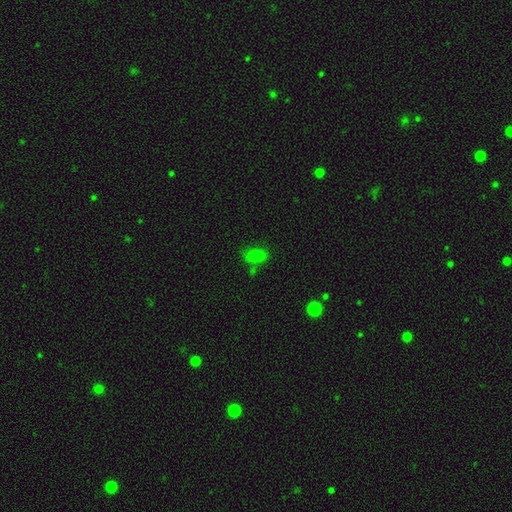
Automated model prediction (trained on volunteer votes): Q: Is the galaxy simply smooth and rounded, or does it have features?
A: smooth — 76%.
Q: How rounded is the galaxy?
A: in between — 81%.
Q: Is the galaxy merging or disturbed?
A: none — 66%.